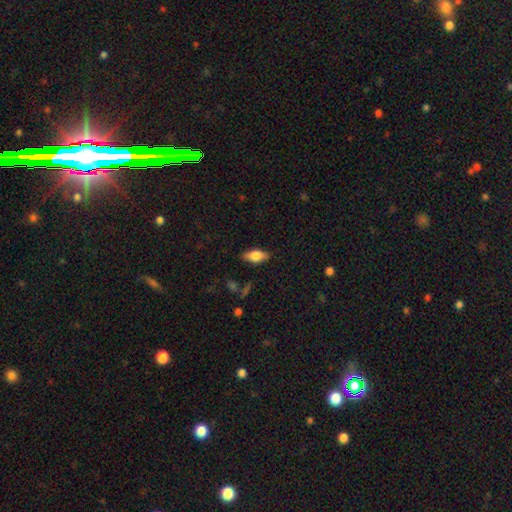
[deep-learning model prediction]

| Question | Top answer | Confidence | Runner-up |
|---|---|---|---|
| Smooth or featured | smooth | 68% | featured or disk (25%) |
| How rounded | in between | 82% | cigar-shaped (14%) |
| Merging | none | 85% | minor disturbance (11%) |